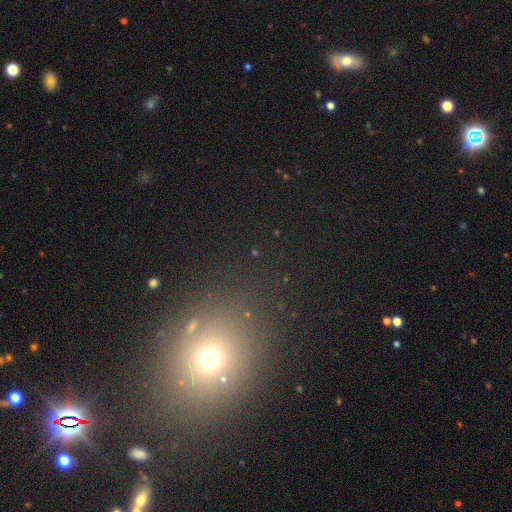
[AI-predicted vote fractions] A smooth galaxy with no disk features (51%) that is round (65%). Merging: none (82%).